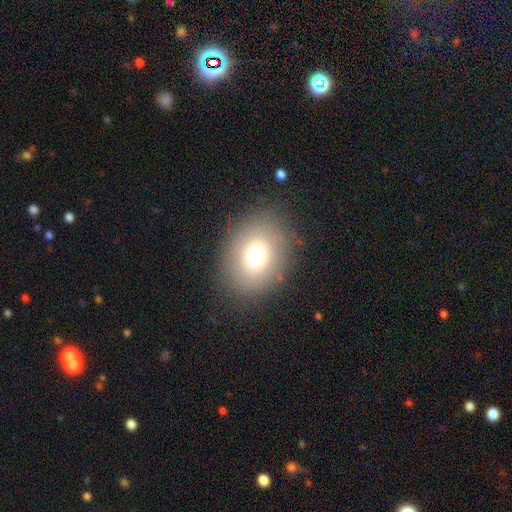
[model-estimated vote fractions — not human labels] This is likely a smooth galaxy (68%). How rounded: possibly round (58%). Merging: clearly none (84%).